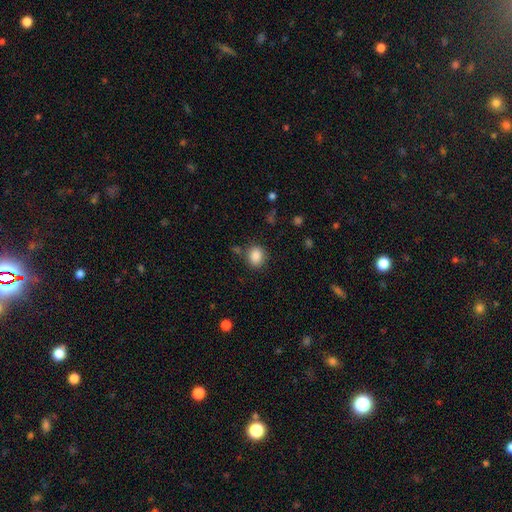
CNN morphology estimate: A smooth galaxy with no disk features (87%) that is round (64%).

Vote fractions:
- Smooth or featured? smooth: 87% / star or artifact: 9% / featured or disk: 4%
- How rounded? round: 64% / in between: 35% / cigar-shaped: 1%
- Merging? none: 80% / minor disturbance: 12% / merger: 4% / major disturbance: 4%